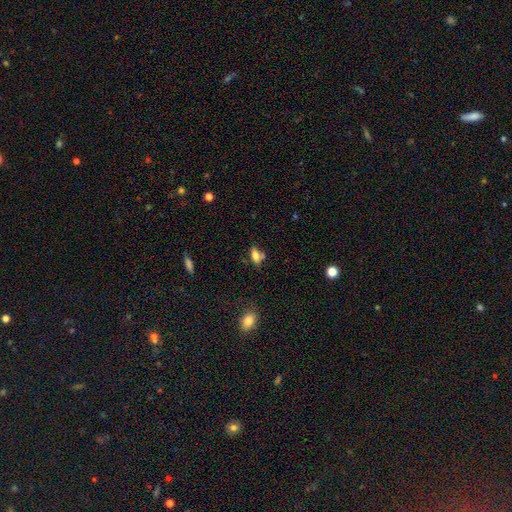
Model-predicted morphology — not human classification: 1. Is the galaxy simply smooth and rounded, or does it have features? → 75% smooth, 14% featured or disk, 11% star or artifact.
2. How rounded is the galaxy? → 82% in between, 10% cigar-shaped, 8% round.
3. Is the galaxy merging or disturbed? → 50% none, 22% merger, 20% minor disturbance, 8% major disturbance.